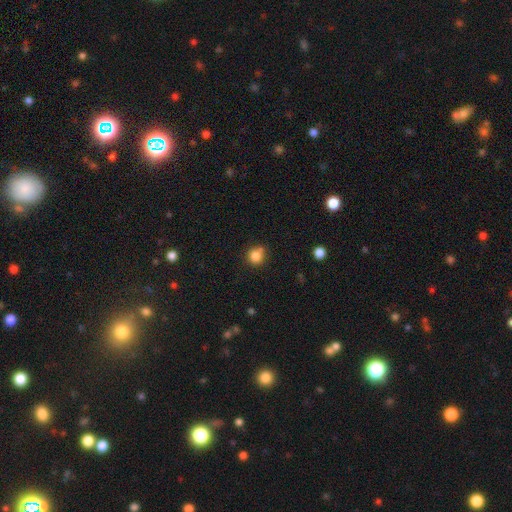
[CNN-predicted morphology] type=smooth (83%); roundness=round (91%); merging=none (69%).